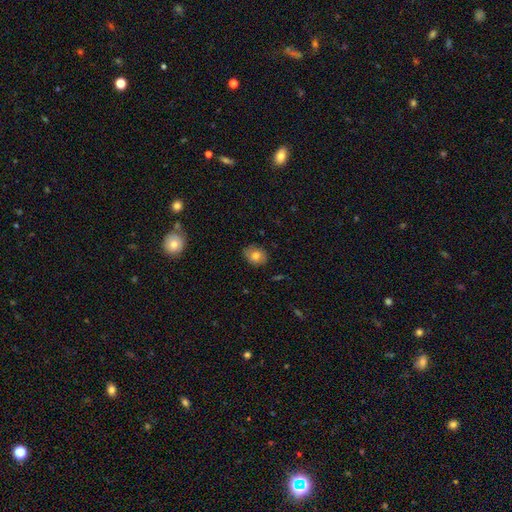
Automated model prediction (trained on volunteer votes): Q: Smooth or featured?
A: smooth (73%); runner-up: featured or disk (18%)
Q: How rounded?
A: round (59%); runner-up: in between (40%)
Q: Merging?
A: none (78%); runner-up: minor disturbance (18%)